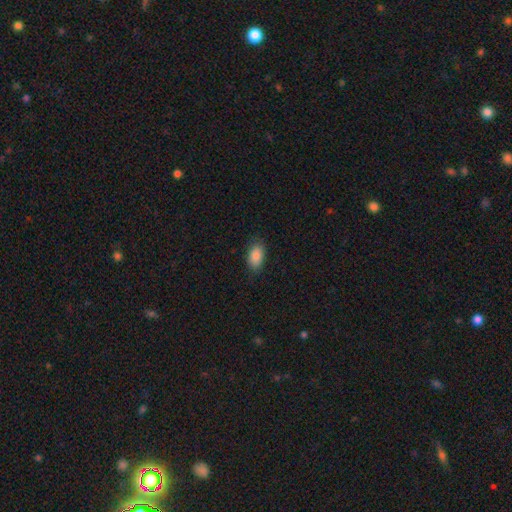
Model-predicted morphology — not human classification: type=smooth (88%); roundness=in between (91%); merging=none (82%).